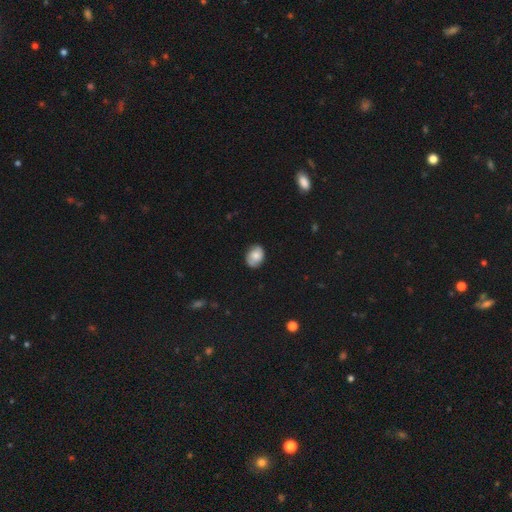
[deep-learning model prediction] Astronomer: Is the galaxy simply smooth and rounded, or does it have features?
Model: smooth — 72%.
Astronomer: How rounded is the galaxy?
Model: in between — 64%.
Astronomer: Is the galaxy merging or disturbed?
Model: none — 79%.